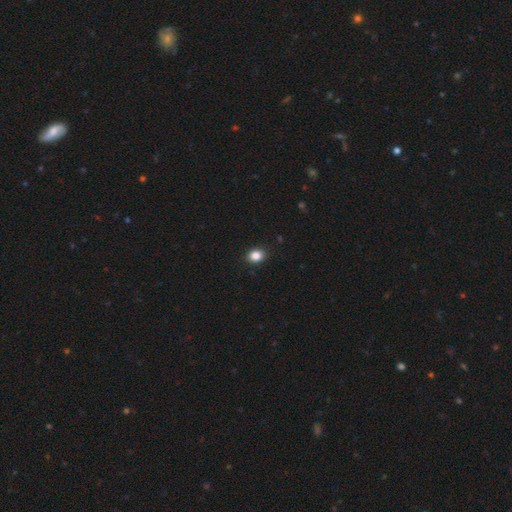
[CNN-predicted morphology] This appears to be a smooth galaxy with no disk features (86%) that is in between round and cigar-shaped (53%). Merging: none (89%).